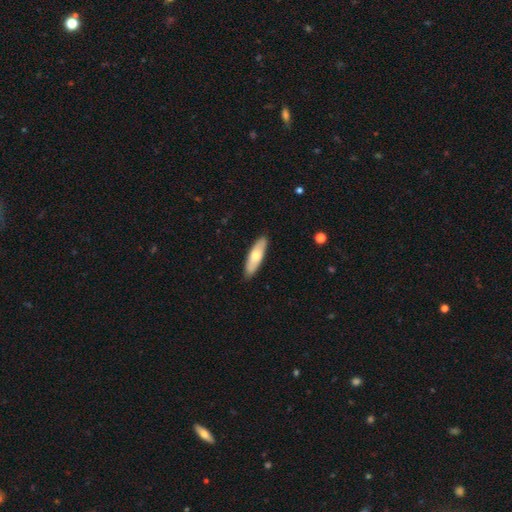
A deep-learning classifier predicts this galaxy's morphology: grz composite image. It shows a smooth galaxy with no disk features (64%) that is cigar-shaped (53%). Merging: none (88%).